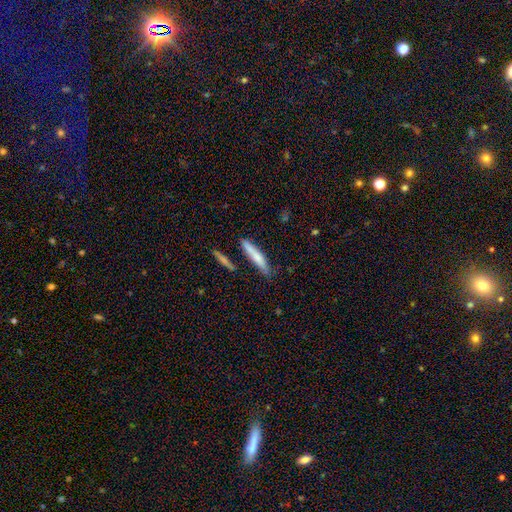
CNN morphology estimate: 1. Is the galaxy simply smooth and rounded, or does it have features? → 65% smooth, 29% featured or disk, 6% star or artifact.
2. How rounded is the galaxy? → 91% cigar-shaped, 8% in between, 2% round.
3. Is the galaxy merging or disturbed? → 76% none, 14% minor disturbance, 7% merger, 3% major disturbance.